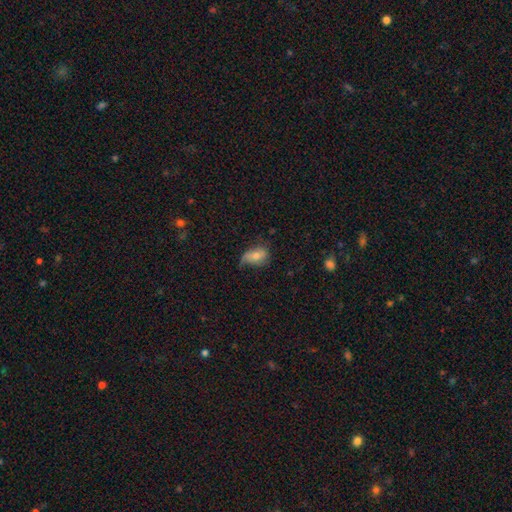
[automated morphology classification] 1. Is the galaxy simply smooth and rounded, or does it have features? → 63% smooth, 29% featured or disk, 8% star or artifact.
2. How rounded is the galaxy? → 87% in between, 10% round, 3% cigar-shaped.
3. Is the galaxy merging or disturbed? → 41% none, 38% minor disturbance, 18% major disturbance, 2% merger.